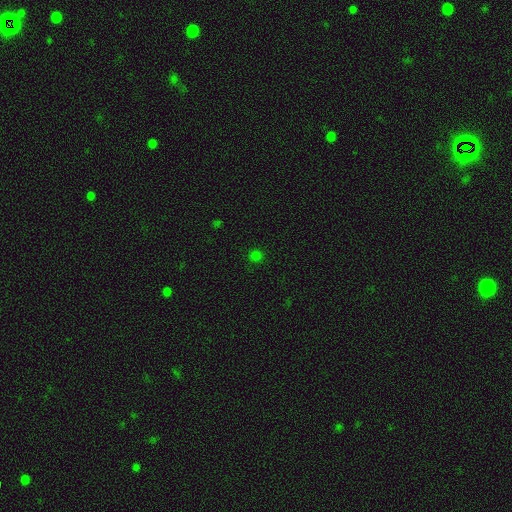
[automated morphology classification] Q: Smooth or featured?
A: smooth (74%); runner-up: star or artifact (23%)
Q: How rounded?
A: round (93%); runner-up: in between (6%)
Q: Merging?
A: none (91%); runner-up: minor disturbance (6%)